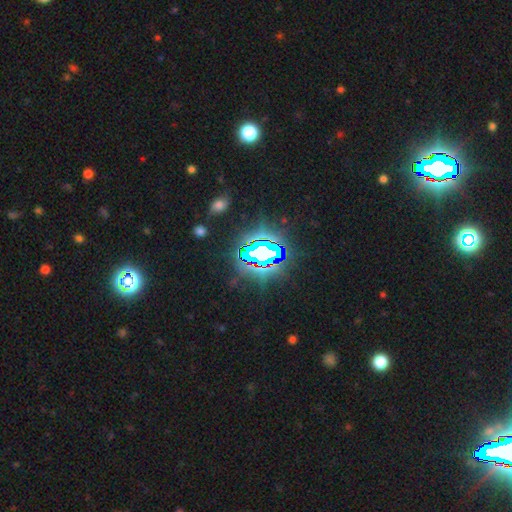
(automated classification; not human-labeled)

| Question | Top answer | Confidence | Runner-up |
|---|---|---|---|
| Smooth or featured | star or artifact | 79% | smooth (11%) |